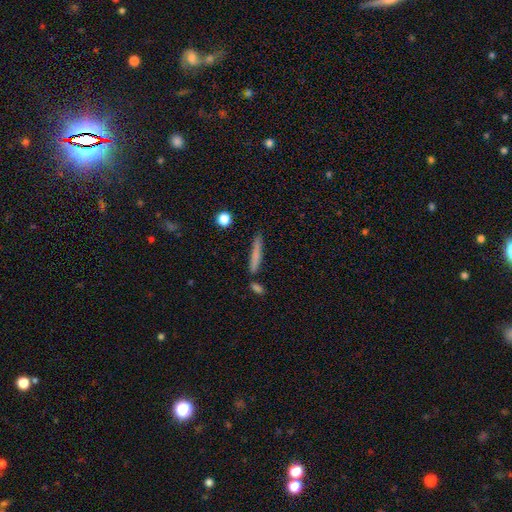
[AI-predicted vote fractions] Smooth or featured? Predicted: smooth (p=0.73). How rounded? Predicted: cigar-shaped (p=0.93). Merging? Predicted: none (p=0.78).